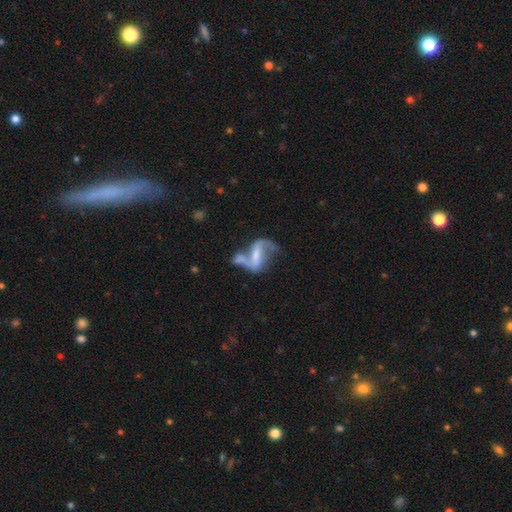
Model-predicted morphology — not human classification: featured or disk 80%, smooth 13%, star or artifact 7%. Down the decision tree: edge-on disk — no (95%); bar — weak (40%); spiral arms — yes (87%); spiral arm count — 2 (84%); spiral winding — loose (70%); bulge size — small (42%); merging — merger (34%).